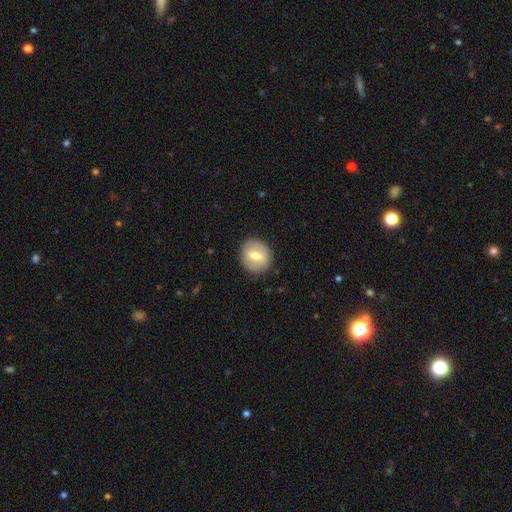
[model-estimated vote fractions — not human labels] Q: Smooth or featured?
A: smooth (56%); runner-up: featured or disk (37%)
Q: How rounded?
A: round (76%); runner-up: in between (23%)
Q: Merging?
A: none (87%); runner-up: minor disturbance (9%)